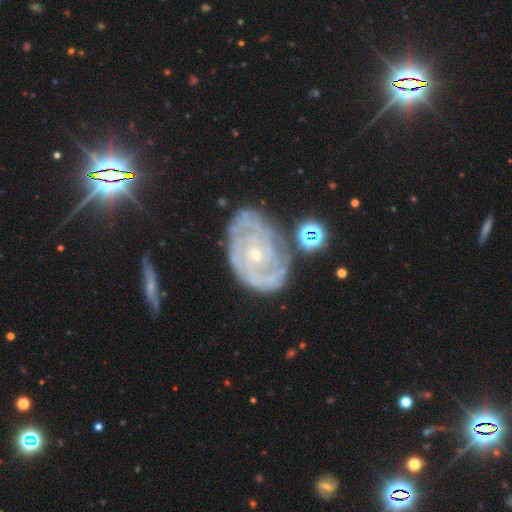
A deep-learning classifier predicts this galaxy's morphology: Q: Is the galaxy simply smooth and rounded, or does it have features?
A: featured or disk — 84%.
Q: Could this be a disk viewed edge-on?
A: no — 96%.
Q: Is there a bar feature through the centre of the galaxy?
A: no — 73%.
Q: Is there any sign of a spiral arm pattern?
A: yes — 95%.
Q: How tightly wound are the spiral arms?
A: tight — 75%.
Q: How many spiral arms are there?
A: can't tell — 30%.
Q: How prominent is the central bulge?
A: small — 72%.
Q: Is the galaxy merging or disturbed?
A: none — 68%.